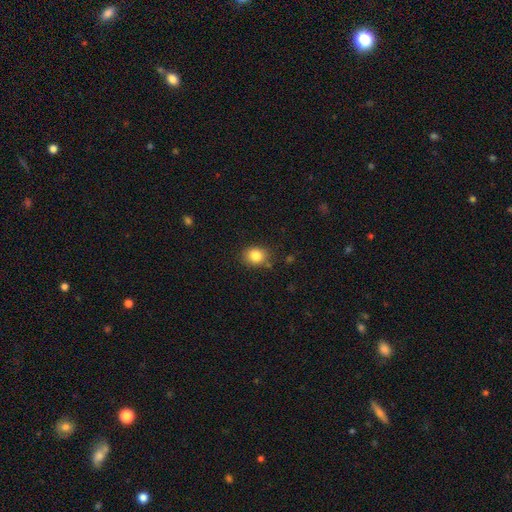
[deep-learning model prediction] This appears to be a smooth galaxy with no disk features (84%) that is round (61%). Merging: none (81%).